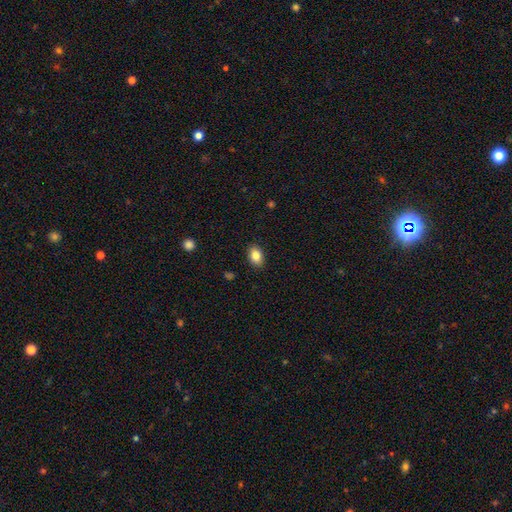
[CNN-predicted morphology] Smooth or featured? Predicted: smooth (p=0.85). How rounded? Predicted: in between (p=0.83). Merging? Predicted: none (p=0.89).